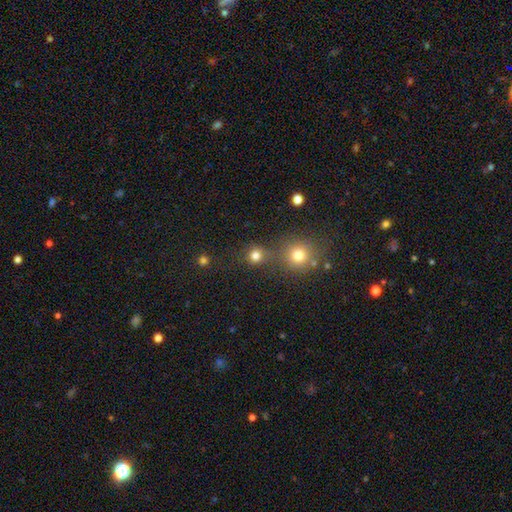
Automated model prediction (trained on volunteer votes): A smooth galaxy with no disk features (79%) that is round (90%). Merging: none (68%).